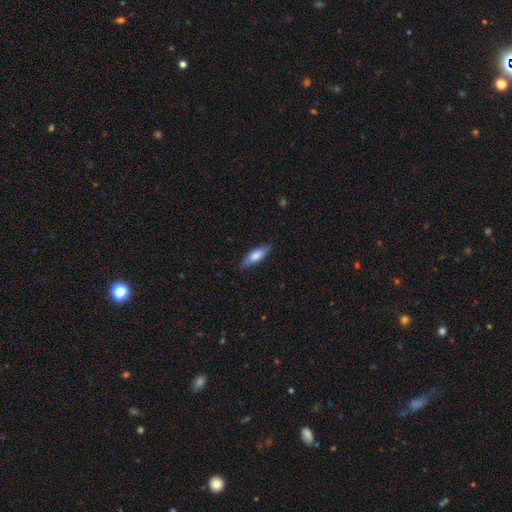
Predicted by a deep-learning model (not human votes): smooth 75%, featured or disk 20%, star or artifact 6%. Down the decision tree: how rounded — in between (53%); merging — none (85%).